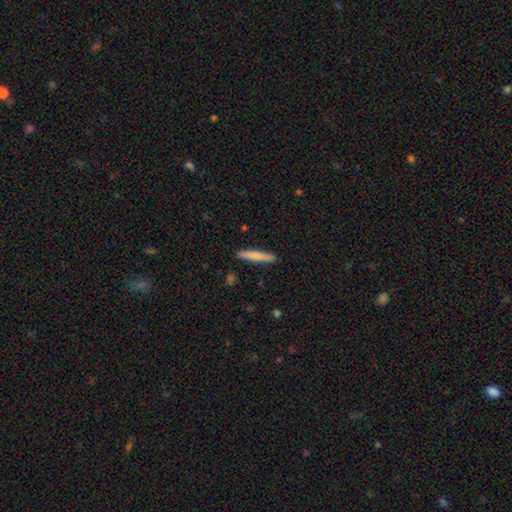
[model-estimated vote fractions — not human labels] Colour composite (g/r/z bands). It shows a smooth galaxy with no disk features (79%) that is cigar-shaped (94%). Merging: none (90%).